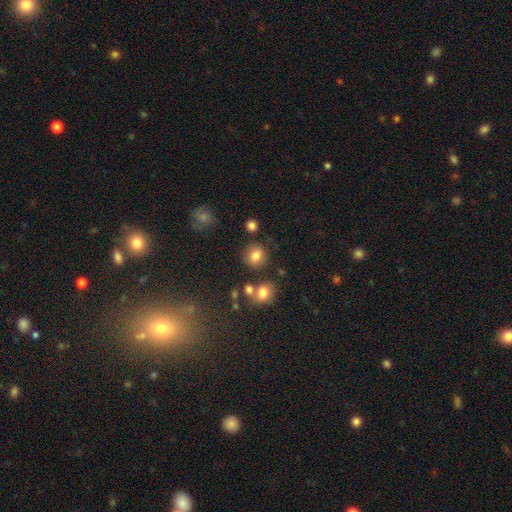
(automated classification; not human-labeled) Q: Smooth or featured?
A: smooth (80%); runner-up: star or artifact (12%)
Q: How rounded?
A: round (78%); runner-up: in between (21%)
Q: Merging?
A: none (79%); runner-up: minor disturbance (10%)